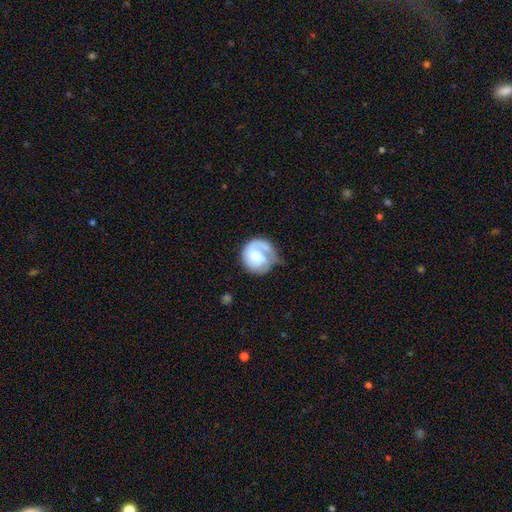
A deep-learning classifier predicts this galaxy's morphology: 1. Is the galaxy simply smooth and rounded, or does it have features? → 56% featured or disk, 38% smooth, 6% star or artifact.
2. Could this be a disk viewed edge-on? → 98% no, 2% yes.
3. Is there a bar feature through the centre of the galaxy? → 71% no, 25% weak, 5% strong.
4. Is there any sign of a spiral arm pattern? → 84% yes, 16% no.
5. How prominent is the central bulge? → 38% moderate, 24% small, 23% large, 11% none, 4% dominant.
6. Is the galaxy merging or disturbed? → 50% none, 25% minor disturbance, 21% major disturbance, 4% merger.